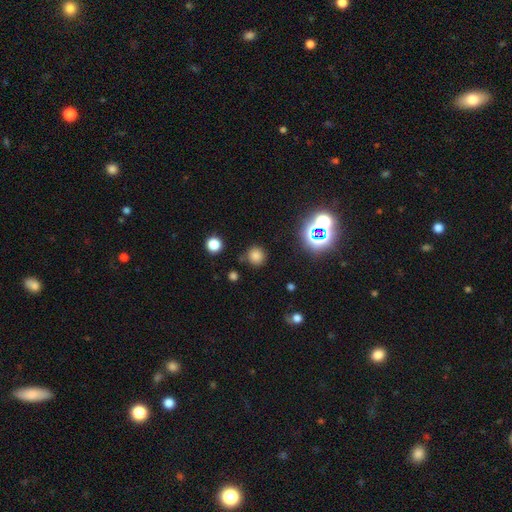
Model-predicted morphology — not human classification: smooth_or_featured: smooth (p=0.72) [alt: star or artifact p=0.22]
how_rounded: round (p=0.91) [alt: in between p=0.08]
merging: none (p=0.84) [alt: minor disturbance p=0.09]